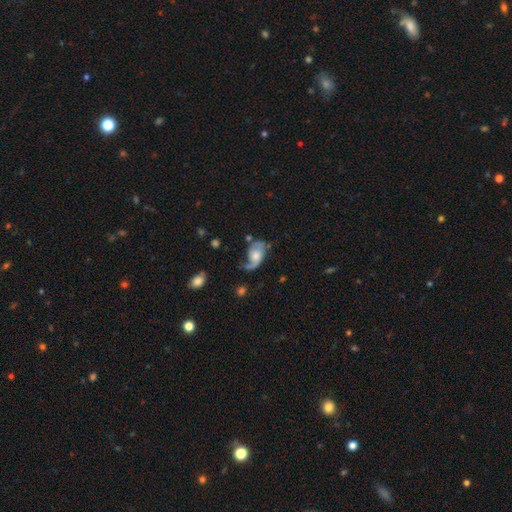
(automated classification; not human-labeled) Smooth or featured? featured or disk (69%)
Edge-on disk? no (96%)
Bar? no (70%)
Spiral arms? yes (88%)
Spiral winding? loose (55%)
Spiral arm count? 2 (57%)
Bulge size? moderate (41%)
Merging? none (38%)